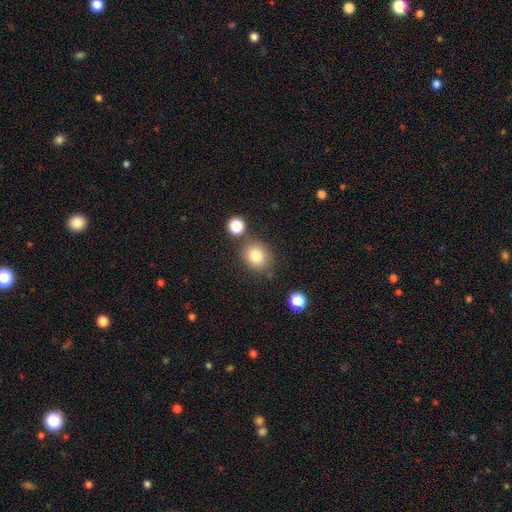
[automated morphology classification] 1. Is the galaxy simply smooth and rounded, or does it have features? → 82% smooth, 10% star or artifact, 8% featured or disk.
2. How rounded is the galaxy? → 72% round, 27% in between, 1% cigar-shaped.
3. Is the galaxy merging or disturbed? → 72% none, 13% minor disturbance, 11% merger, 4% major disturbance.